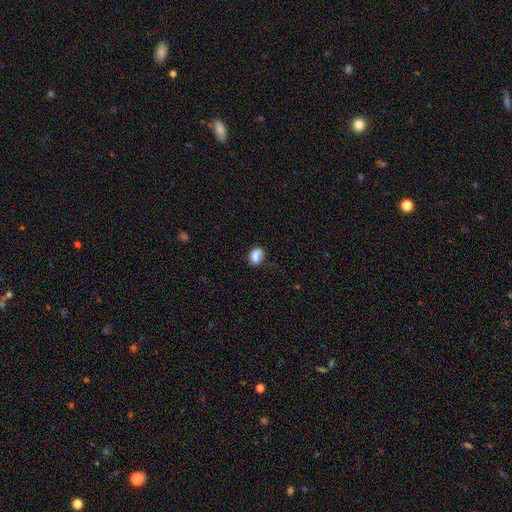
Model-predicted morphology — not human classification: Smooth or featured? Predicted: smooth (p=0.78). How rounded? Predicted: in between (p=0.58). Merging? Predicted: none (p=0.65).